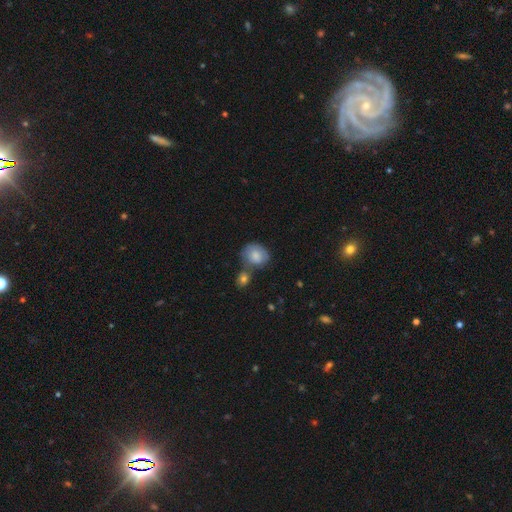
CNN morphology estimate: Smooth or featured? smooth (78%)
How rounded? round (61%)
Merging? none (50%)